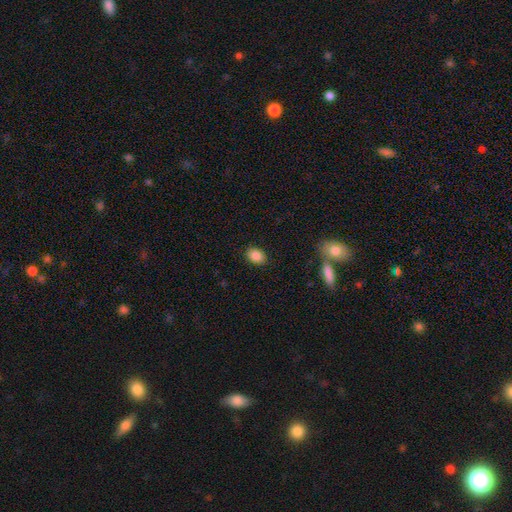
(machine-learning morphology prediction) Smooth or featured: smooth — 86% (star or artifact — 9%)
How rounded: in between — 74% (round — 25%)
Merging: none — 87% (minor disturbance — 9%)